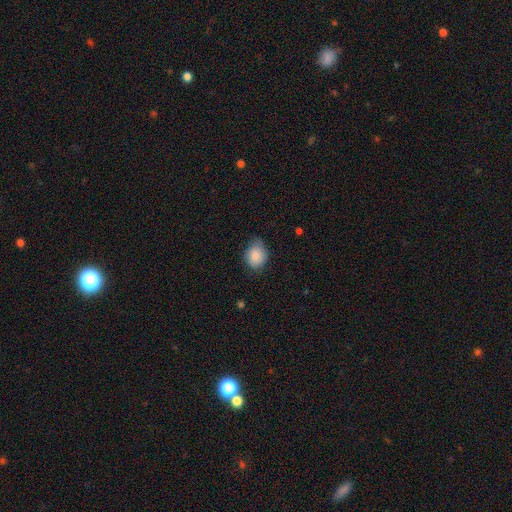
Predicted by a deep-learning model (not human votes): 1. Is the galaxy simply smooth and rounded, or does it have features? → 86% smooth, 7% star or artifact, 7% featured or disk.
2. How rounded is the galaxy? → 50% round, 49% in between, 1% cigar-shaped.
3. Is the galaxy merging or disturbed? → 63% none, 31% minor disturbance, 5% major disturbance, 1% merger.